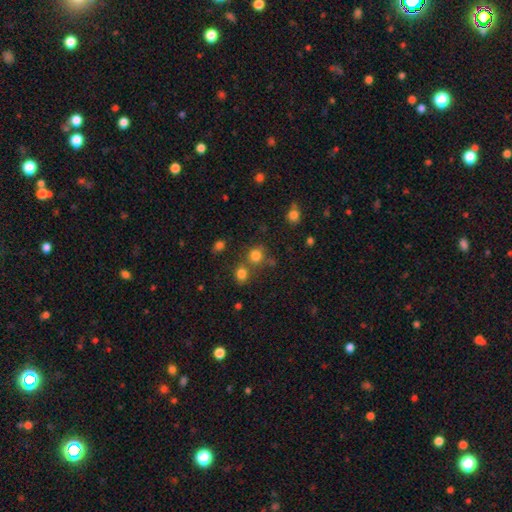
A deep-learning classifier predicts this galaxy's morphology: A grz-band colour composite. It shows a smooth galaxy with no disk features (77%) that is round (85%). Merging: none (62%).